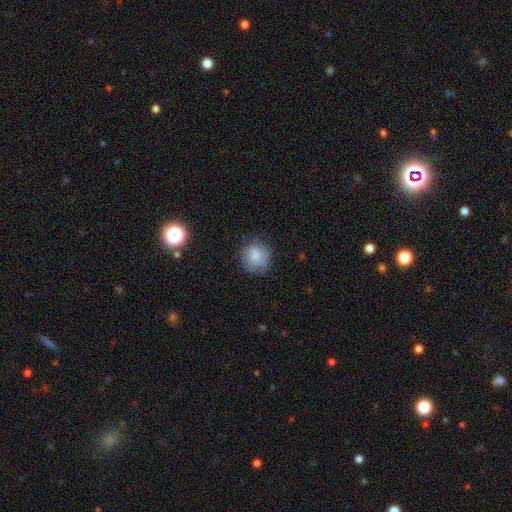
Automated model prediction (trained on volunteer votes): A smooth galaxy with no disk features (82%) that is round (88%).

Vote fractions:
- Smooth or featured? smooth: 82% / featured or disk: 10% / star or artifact: 8%
- How rounded? round: 88% / in between: 11% / cigar-shaped: 1%
- Merging? none: 78% / minor disturbance: 16% / major disturbance: 4% / merger: 1%